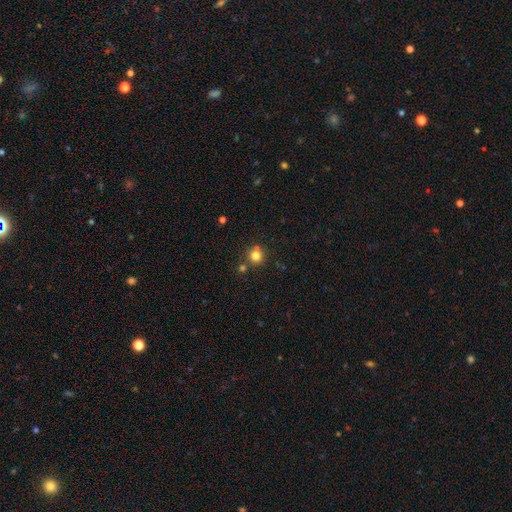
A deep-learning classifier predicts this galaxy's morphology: Smooth or featured?
  - smooth: 80% *
  - star or artifact: 13%
  - featured or disk: 7%
How rounded?
  - round: 92% *
  - in between: 7%
  - cigar-shaped: 1%
Merging?
  - none: 75% *
  - merger: 12%
  - minor disturbance: 10%
  - major disturbance: 3%